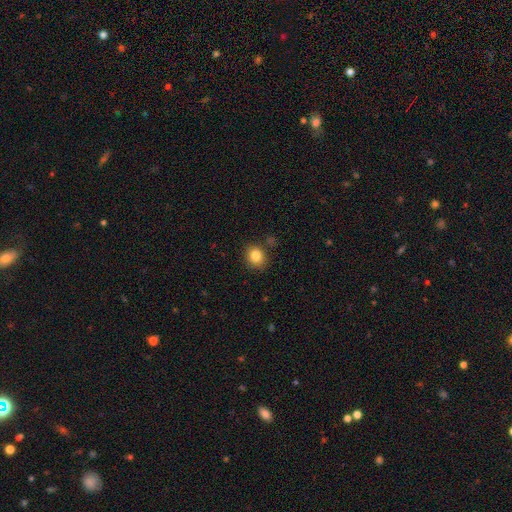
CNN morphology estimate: Smooth or featured: smooth — 83% (star or artifact — 11%)
How rounded: round — 74% (in between — 25%)
Merging: none — 84% (minor disturbance — 10%)